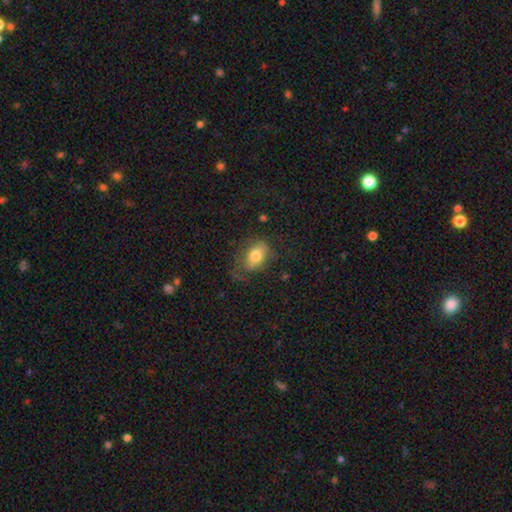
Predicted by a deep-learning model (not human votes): Overall: smooth (73%). How rounded: in between (81%). Merging: none (60%; minor disturbance 23%).